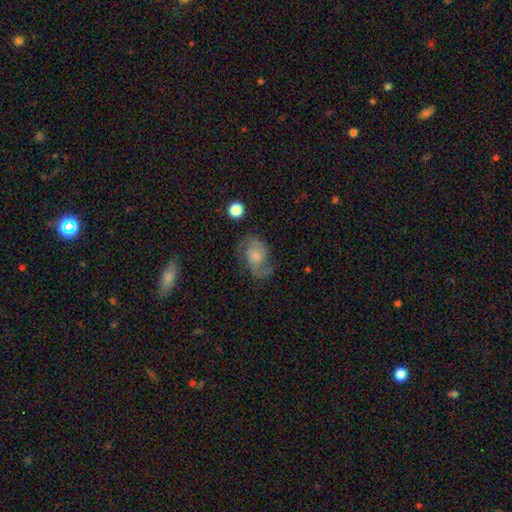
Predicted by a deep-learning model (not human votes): Smooth or featured? Predicted: featured or disk (p=0.69). Edge-on disk? Predicted: no (p=0.97). Bar? Predicted: no (p=0.68). Spiral arms? Predicted: yes (p=0.91). Spiral winding? Predicted: medium (p=0.48). Spiral arm count? Predicted: 2 (p=0.84). Bulge size? Predicted: small (p=0.47). Merging? Predicted: none (p=0.63).